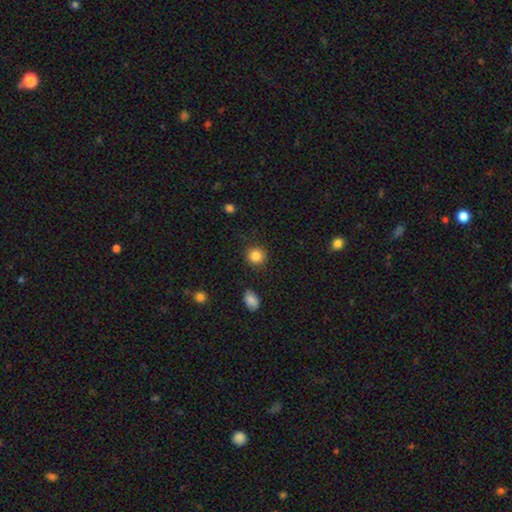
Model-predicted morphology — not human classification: A smooth galaxy with no disk features (85%) that is round (90%). Merging: none (88%).